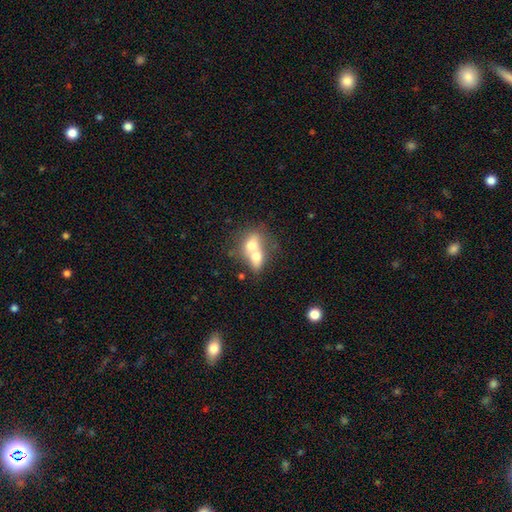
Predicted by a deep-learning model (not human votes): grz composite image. It shows a smooth galaxy with no disk features (66%) that is in between round and cigar-shaped (67%). Merging: merger (73%).